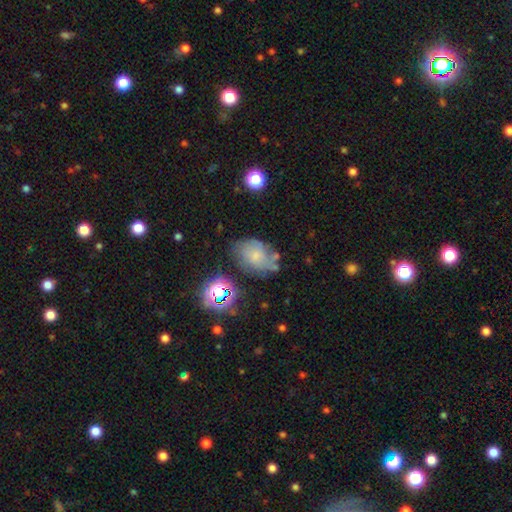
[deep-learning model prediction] The model was most divided on "smooth or featured": smooth: 51%, featured or disk: 32%, star or artifact: 17%. More confident: how rounded — in between (76%); merging — none (52%).